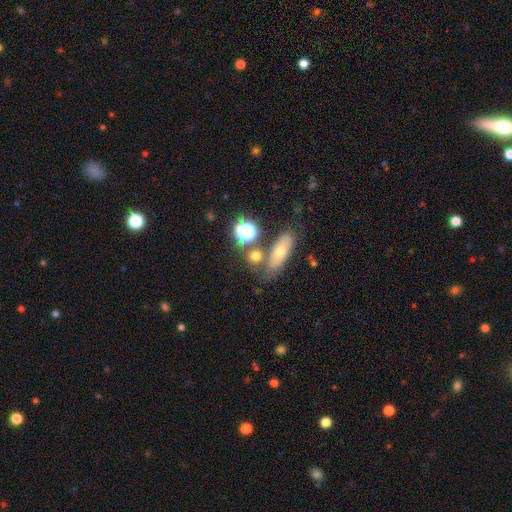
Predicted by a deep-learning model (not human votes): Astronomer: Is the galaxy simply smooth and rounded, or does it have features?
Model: smooth — 62%.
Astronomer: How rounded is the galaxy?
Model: round — 57% (runner-up: in between, 34%).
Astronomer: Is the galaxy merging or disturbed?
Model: none — 61%.